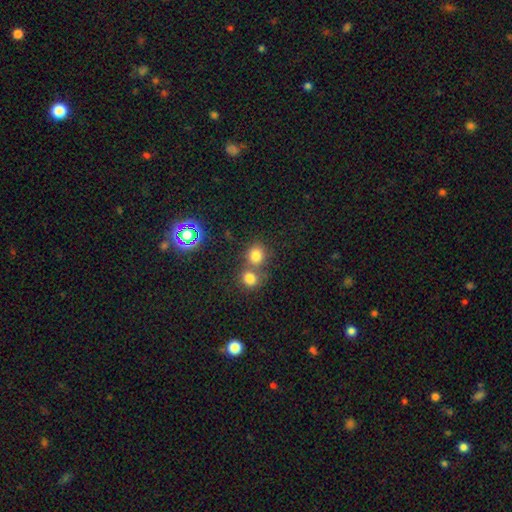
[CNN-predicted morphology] Smooth or featured? smooth (77%)
How rounded? round (85%)
Merging? none (53%)